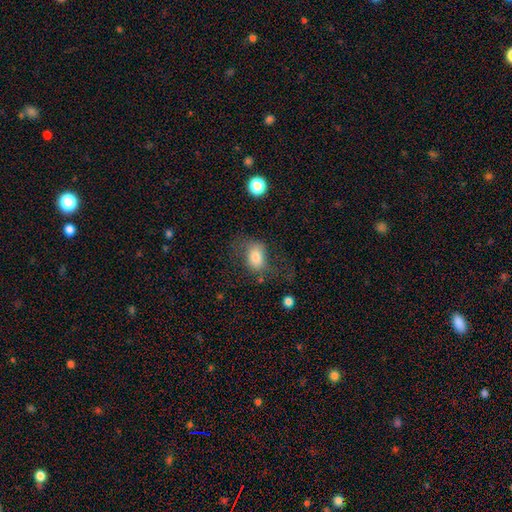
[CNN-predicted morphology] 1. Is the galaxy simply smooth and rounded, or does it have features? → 75% smooth, 16% featured or disk, 9% star or artifact.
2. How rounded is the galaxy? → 76% in between, 23% round, 2% cigar-shaped.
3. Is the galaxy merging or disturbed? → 48% none, 25% major disturbance, 24% minor disturbance, 3% merger.